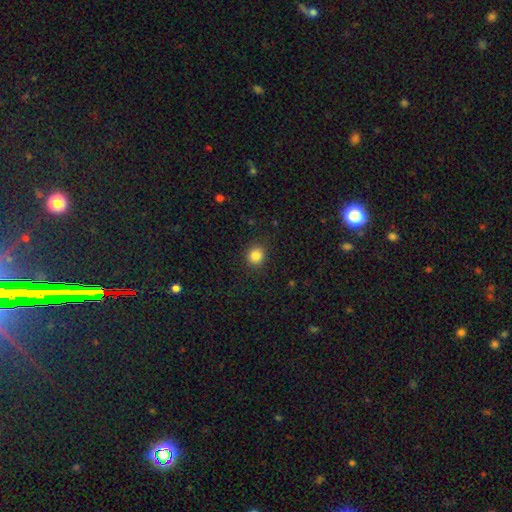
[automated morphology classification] smooth_or_featured: smooth (p=0.84) [alt: star or artifact p=0.11]
how_rounded: round (p=0.88) [alt: in between p=0.11]
merging: none (p=0.90) [alt: minor disturbance p=0.07]